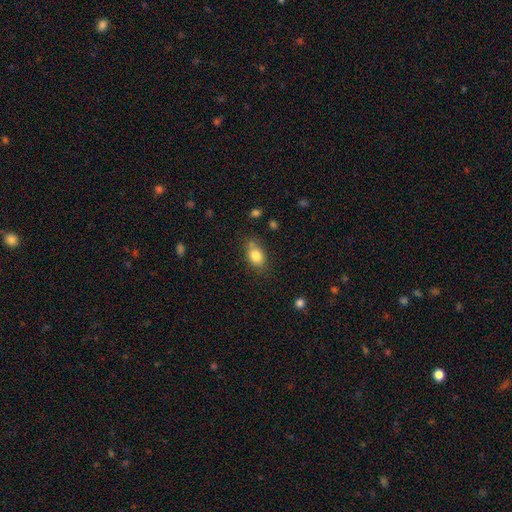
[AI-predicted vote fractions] A smooth galaxy with no disk features (82%) that is in between round and cigar-shaped (79%). Merging: none (68%).